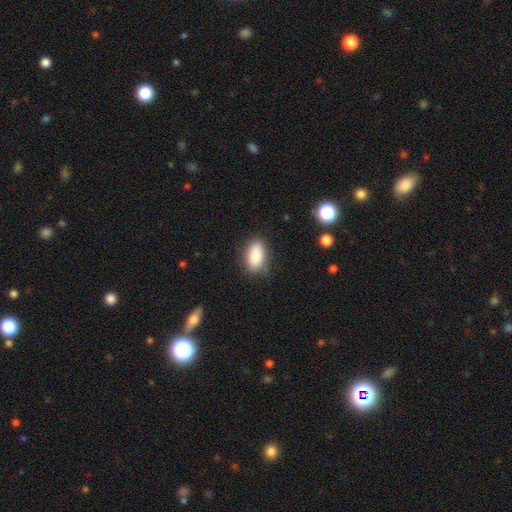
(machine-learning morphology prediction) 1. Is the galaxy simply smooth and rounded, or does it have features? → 87% smooth, 7% star or artifact, 6% featured or disk.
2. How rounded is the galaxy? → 91% in between, 5% cigar-shaped, 4% round.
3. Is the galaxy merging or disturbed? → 76% none, 18% minor disturbance, 4% major disturbance, 2% merger.